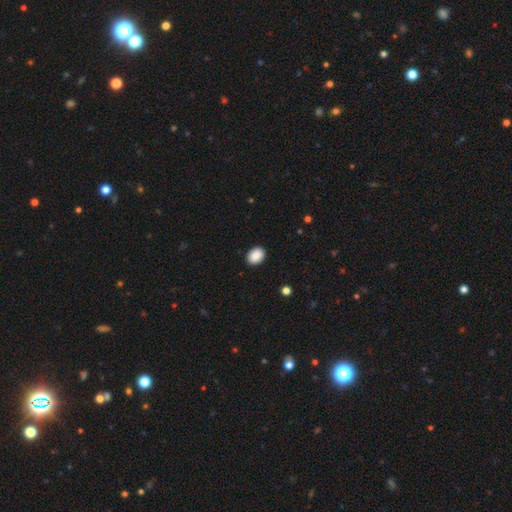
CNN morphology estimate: Smooth or featured? Predicted: smooth (p=0.89). How rounded? Predicted: in between (p=0.75). Merging? Predicted: none (p=0.90).